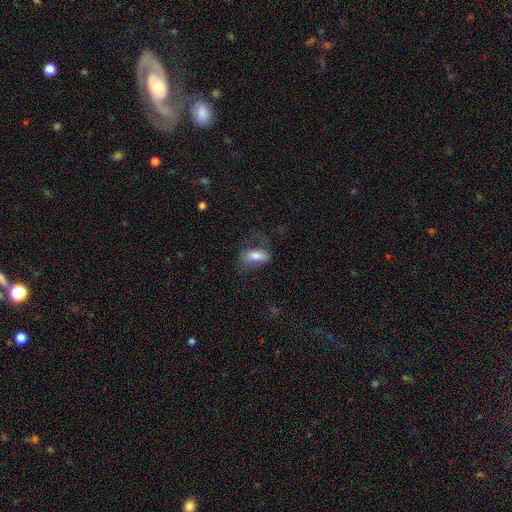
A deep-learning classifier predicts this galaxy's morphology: Smooth or featured? Predicted: smooth (p=0.71). How rounded? Predicted: in between (p=0.85). Merging? Predicted: none (p=0.54).